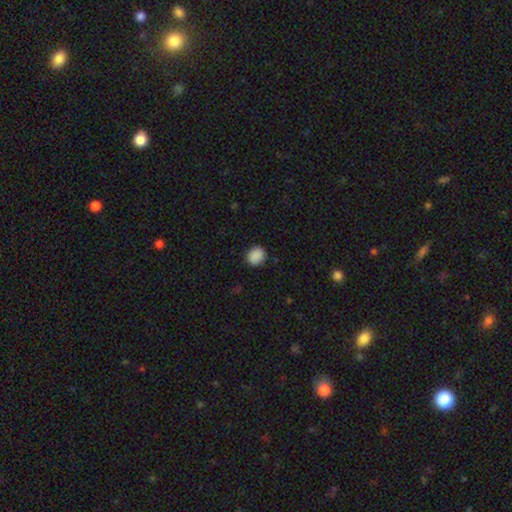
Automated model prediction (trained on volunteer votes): Q: Smooth or featured?
A: smooth (89%); runner-up: star or artifact (8%)
Q: How rounded?
A: round (73%); runner-up: in between (26%)
Q: Merging?
A: none (86%); runner-up: minor disturbance (10%)